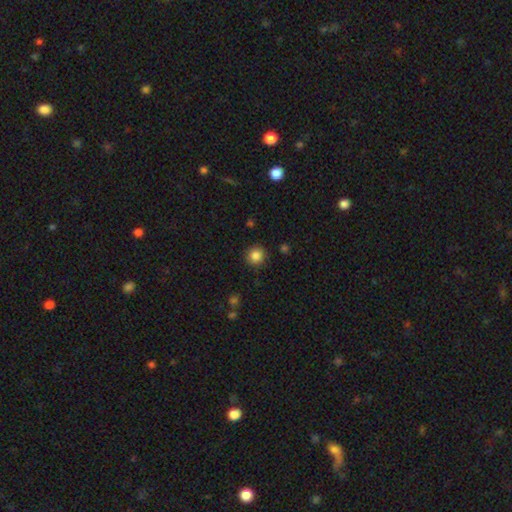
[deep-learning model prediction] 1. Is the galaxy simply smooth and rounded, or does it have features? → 85% smooth, 11% star or artifact, 4% featured or disk.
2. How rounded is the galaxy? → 93% round, 6% in between, 1% cigar-shaped.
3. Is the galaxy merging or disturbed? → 90% none, 7% minor disturbance, 2% major disturbance, 1% merger.